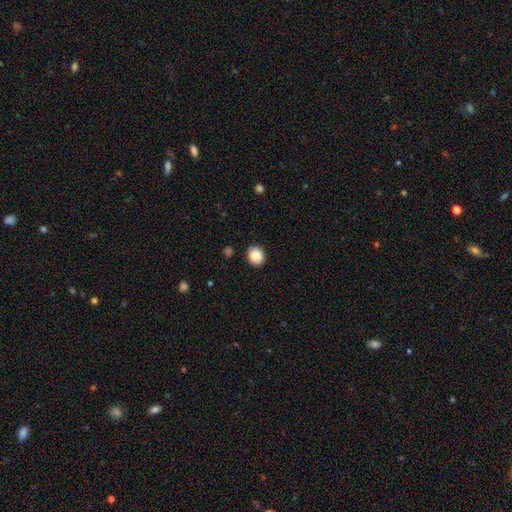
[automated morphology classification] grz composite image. It shows a smooth galaxy with no disk features (87%) that is round (77%). Merging: none (91%).